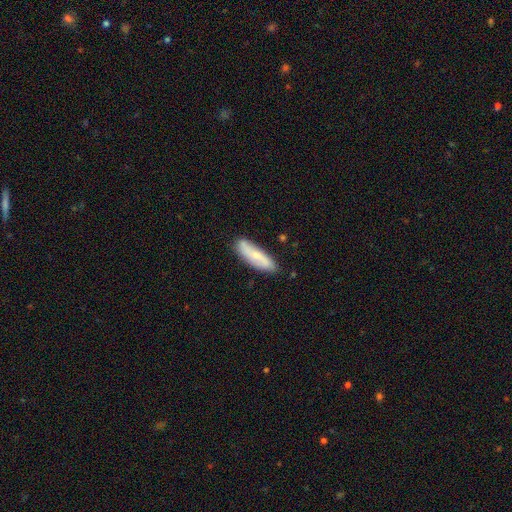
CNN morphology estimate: smooth_or_featured: smooth (p=0.53) [alt: featured or disk p=0.40]
how_rounded: cigar-shaped (p=0.58) [alt: in between p=0.40]
merging: none (p=0.81) [alt: minor disturbance p=0.15]